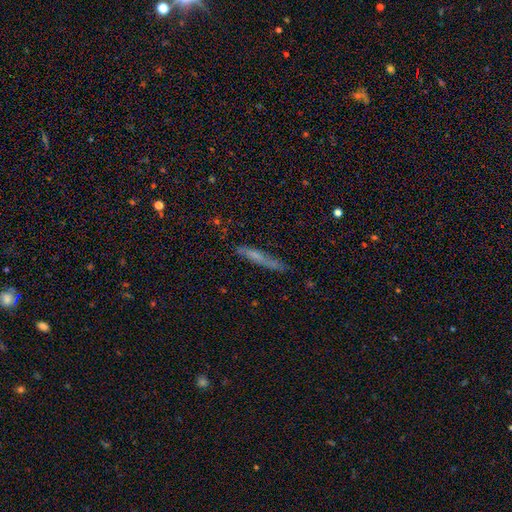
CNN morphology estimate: type=smooth (59%); roundness=cigar-shaped (91%); merging=none (68%).